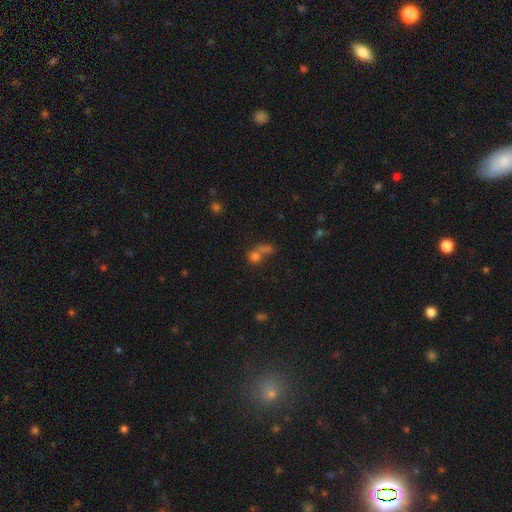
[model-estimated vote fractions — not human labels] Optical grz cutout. It shows a smooth galaxy with no disk features (62%) that is round (75%). Merging: merger (47%).